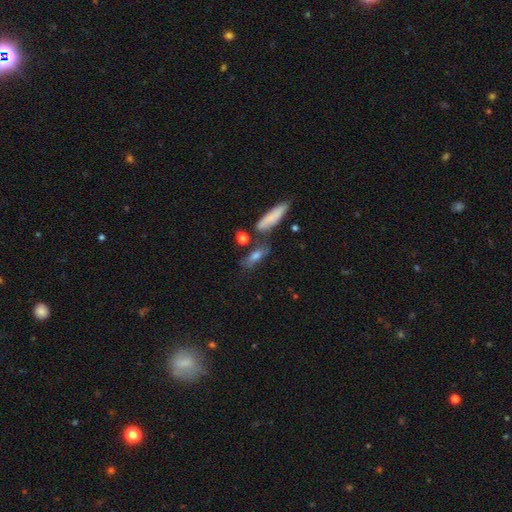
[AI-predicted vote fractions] smooth_or_featured: smooth (p=0.63) [alt: featured or disk p=0.25]
how_rounded: cigar-shaped (p=0.53) [alt: in between p=0.41]
merging: none (p=0.61) [alt: minor disturbance p=0.17]